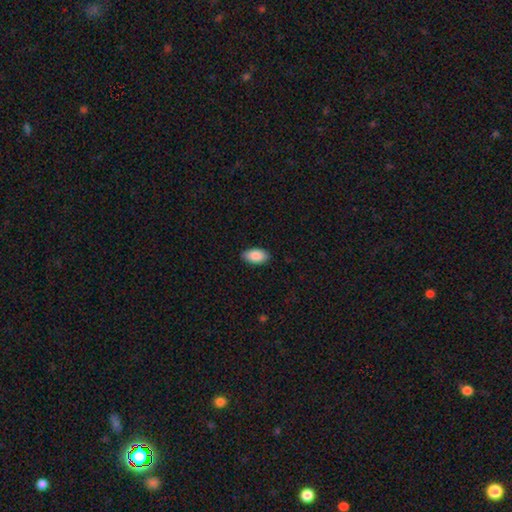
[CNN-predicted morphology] Smooth or featured?
  - smooth: 90% *
  - star or artifact: 6%
  - featured or disk: 4%
How rounded?
  - in between: 95% *
  - round: 3%
  - cigar-shaped: 2%
Merging?
  - none: 88% *
  - minor disturbance: 9%
  - major disturbance: 2%
  - merger: 1%